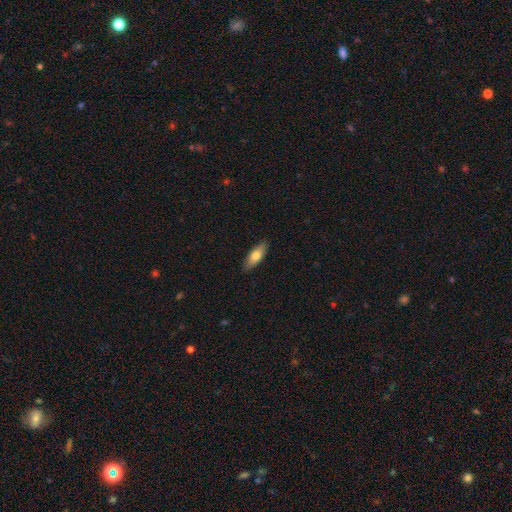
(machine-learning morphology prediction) A smooth galaxy with no disk features (71%) that is in between round and cigar-shaped (64%).

Vote fractions:
- Smooth or featured? smooth: 71% / featured or disk: 23% / star or artifact: 6%
- How rounded? in between: 64% / cigar-shaped: 34% / round: 2%
- Merging? none: 89% / minor disturbance: 9% / major disturbance: 2% / merger: 1%